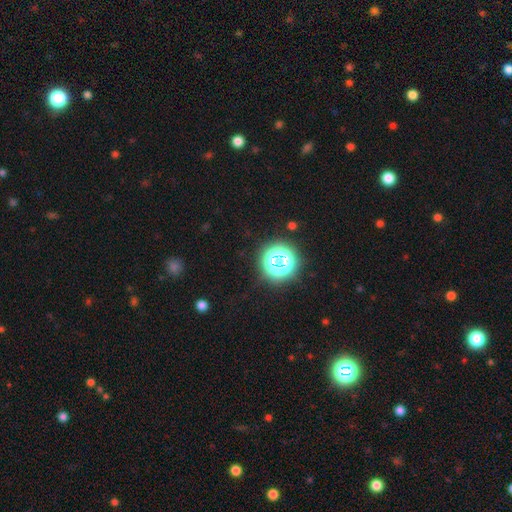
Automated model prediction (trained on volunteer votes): A star or artifact, not a galaxy (75%).